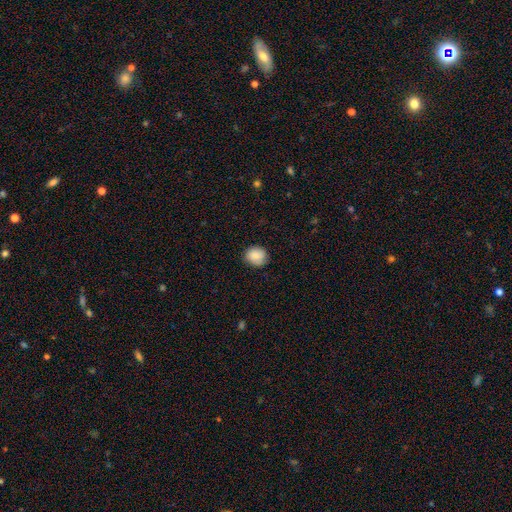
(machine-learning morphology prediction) A smooth galaxy with no disk features (84%) that is round (75%). Merging: none (82%).